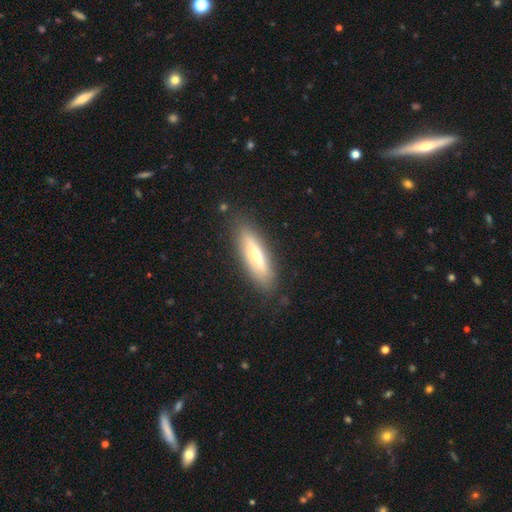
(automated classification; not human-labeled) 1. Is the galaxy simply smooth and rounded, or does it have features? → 58% smooth, 34% featured or disk, 8% star or artifact.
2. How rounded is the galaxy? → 65% cigar-shaped, 34% in between, 2% round.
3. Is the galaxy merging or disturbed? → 85% none, 11% minor disturbance, 3% major disturbance, 1% merger.